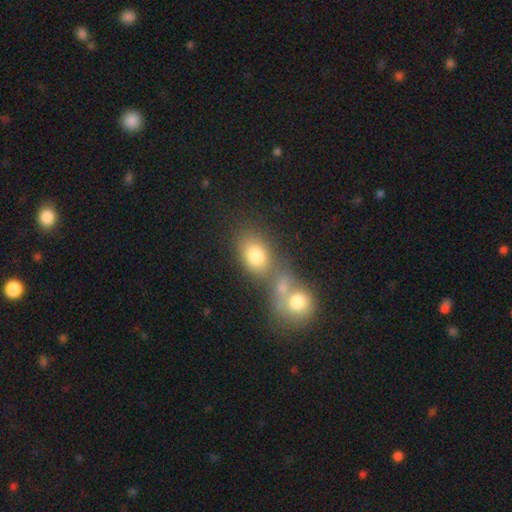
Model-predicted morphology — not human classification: A smooth galaxy with no disk features (78%) that is in between round and cigar-shaped (63%). Merging: merger (46%).